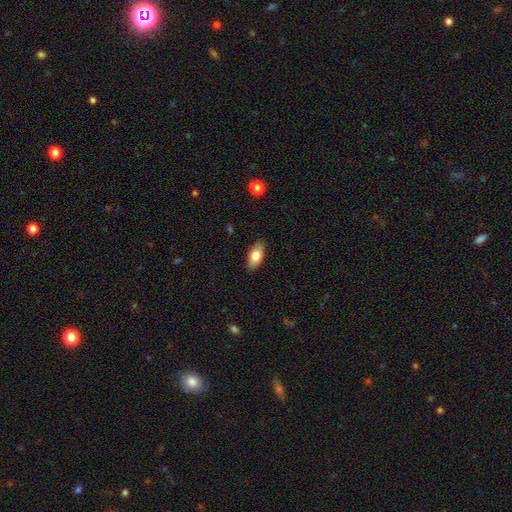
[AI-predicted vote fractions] Smooth or featured: smooth — 79% (featured or disk — 15%)
How rounded: in between — 91% (cigar-shaped — 6%)
Merging: none — 88% (minor disturbance — 9%)